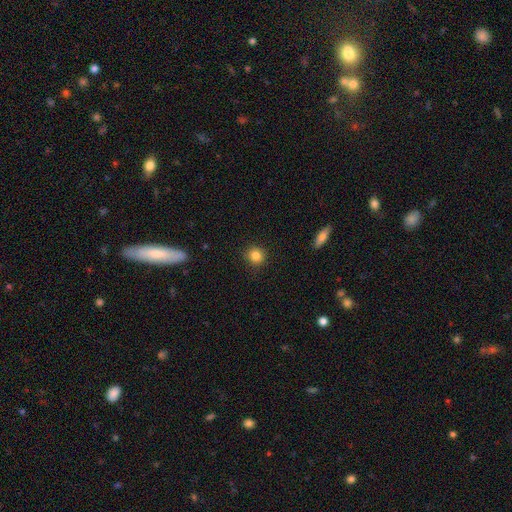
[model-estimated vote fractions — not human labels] Smooth or featured? smooth (85%)
How rounded? round (89%)
Merging? none (89%)